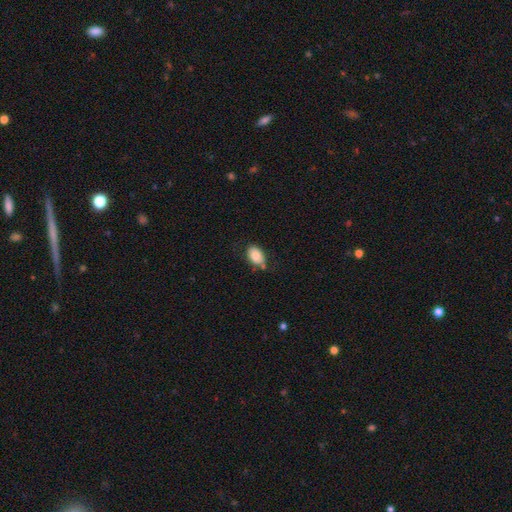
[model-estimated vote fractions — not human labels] Smooth or featured: smooth — 81% (featured or disk — 12%)
How rounded: in between — 87% (round — 12%)
Merging: none — 66% (minor disturbance — 22%)